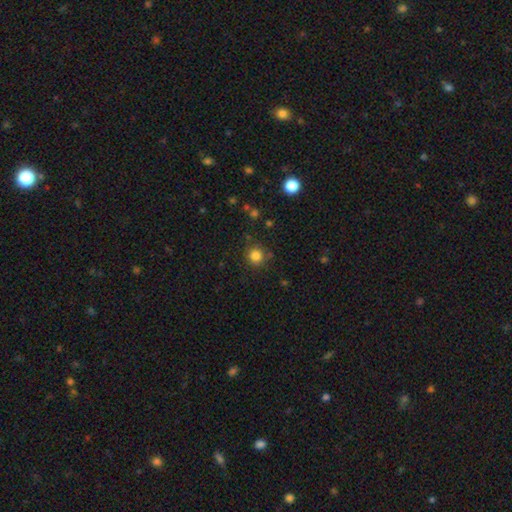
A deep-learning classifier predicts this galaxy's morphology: Smooth or featured?
  - smooth: 82% *
  - star or artifact: 13%
  - featured or disk: 5%
How rounded?
  - round: 93% *
  - in between: 6%
  - cigar-shaped: 1%
Merging?
  - none: 82% *
  - minor disturbance: 11%
  - major disturbance: 4%
  - merger: 4%